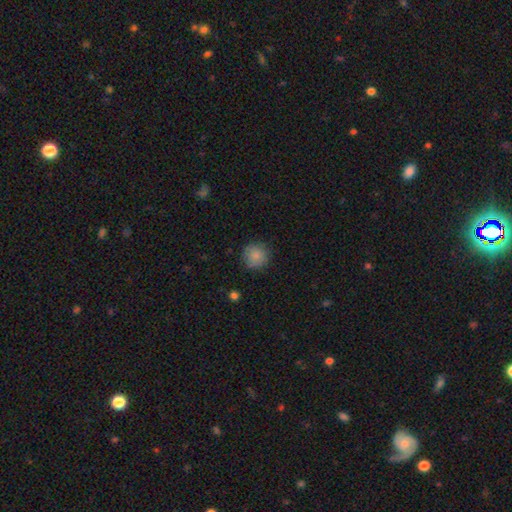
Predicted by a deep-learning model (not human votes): Q: Smooth or featured?
A: smooth (86%); runner-up: star or artifact (9%)
Q: How rounded?
A: round (94%); runner-up: in between (6%)
Q: Merging?
A: none (84%); runner-up: minor disturbance (12%)